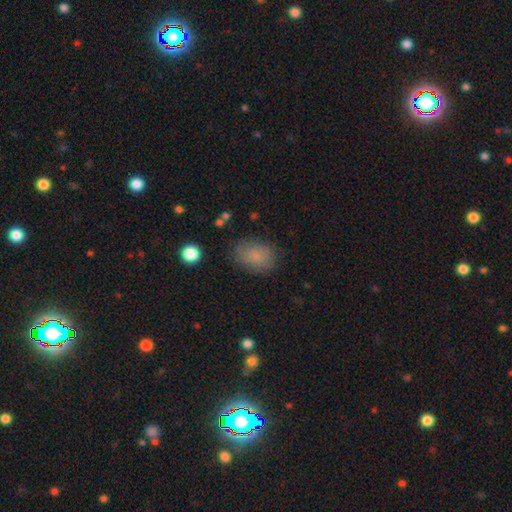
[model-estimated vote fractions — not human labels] Overall: smooth (78%). How rounded: in between (74%). Merging: none (79%).